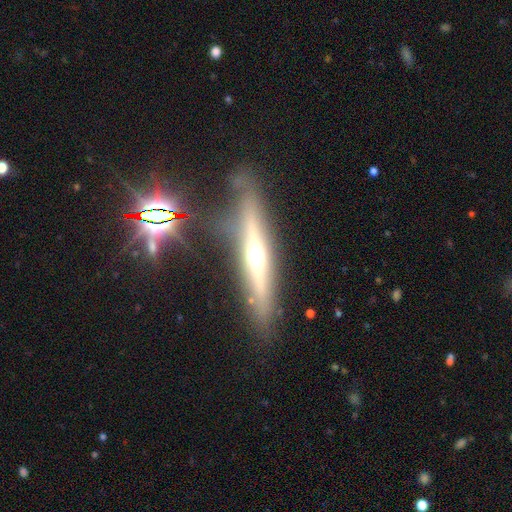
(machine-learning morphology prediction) Smooth or featured? Predicted: featured or disk (p=0.70). Edge-on disk? Predicted: yes (p=0.93). Edge-on bulge? Predicted: rounded (p=0.80). Merging? Predicted: none (p=0.79).